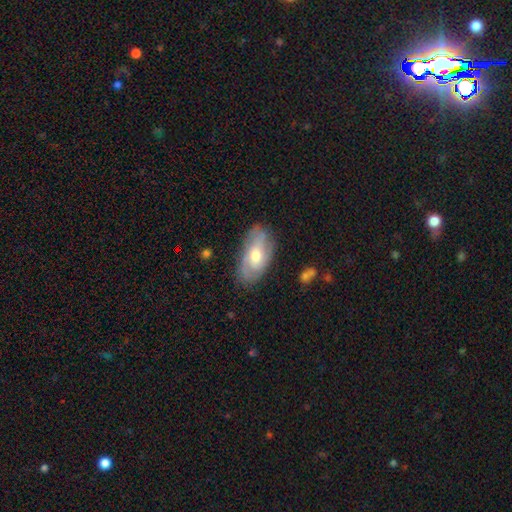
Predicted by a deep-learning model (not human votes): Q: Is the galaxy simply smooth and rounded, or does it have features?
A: featured or disk — 59%.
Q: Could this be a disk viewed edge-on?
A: no — 92%.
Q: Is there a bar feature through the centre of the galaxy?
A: no — 63%.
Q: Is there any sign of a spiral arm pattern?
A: yes — 83%.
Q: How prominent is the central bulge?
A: moderate — 65%.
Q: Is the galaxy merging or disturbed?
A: none — 76%.